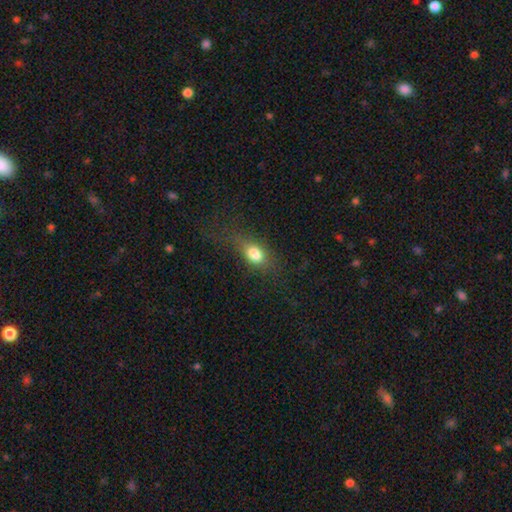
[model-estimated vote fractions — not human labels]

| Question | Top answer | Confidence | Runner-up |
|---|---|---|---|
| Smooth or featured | smooth | 75% | featured or disk (13%) |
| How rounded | in between | 76% | round (17%) |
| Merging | none | 54% | minor disturbance (22%) |